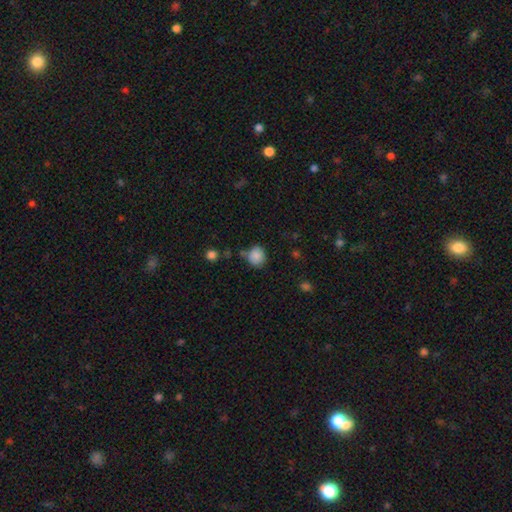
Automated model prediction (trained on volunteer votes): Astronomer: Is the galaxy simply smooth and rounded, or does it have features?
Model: smooth — 86%.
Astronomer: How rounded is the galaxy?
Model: round — 80%.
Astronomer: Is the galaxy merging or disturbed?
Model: none — 68%.